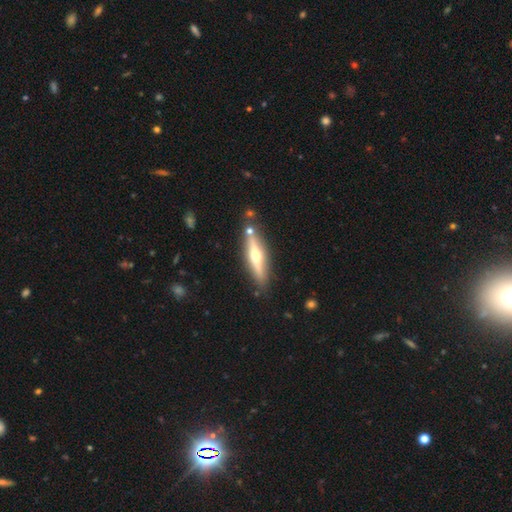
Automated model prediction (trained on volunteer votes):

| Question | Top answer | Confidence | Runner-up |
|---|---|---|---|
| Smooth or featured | featured or disk | 63% | smooth (31%) |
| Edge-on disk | yes | 92% | no (8%) |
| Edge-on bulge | rounded | 92% | none (5%) |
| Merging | none | 82% | minor disturbance (11%) |